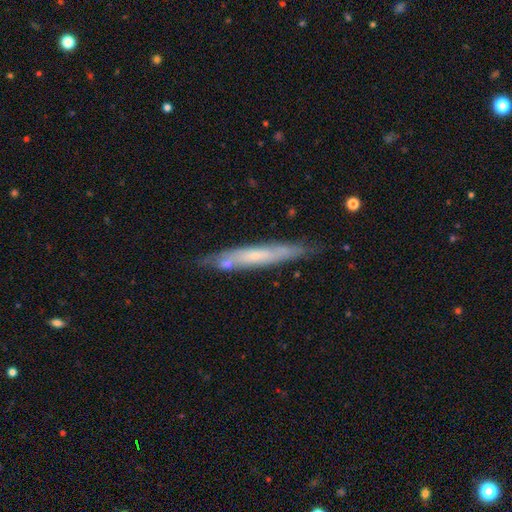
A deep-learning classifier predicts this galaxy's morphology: Smooth or featured? featured or disk (54%)
Edge-on disk? yes (80%)
Merging? none (77%)